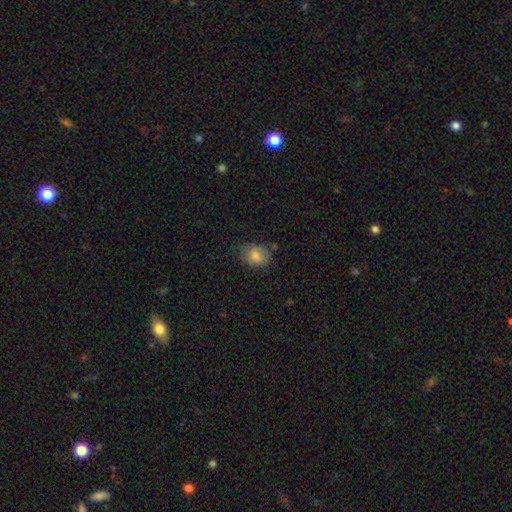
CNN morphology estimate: This appears to be a smooth galaxy with no disk features (82%) that is in between round and cigar-shaped (59%). Merging: none (71%).